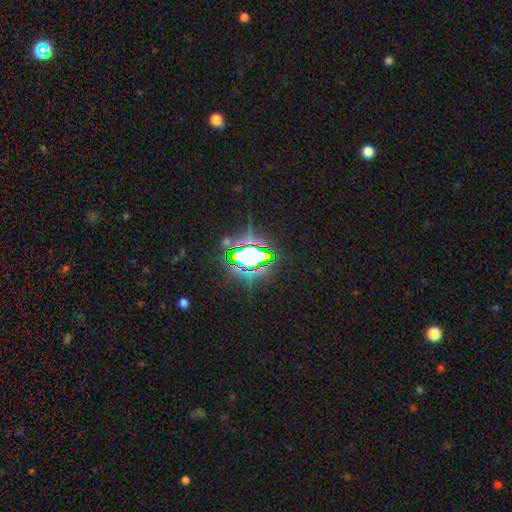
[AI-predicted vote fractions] Overall: star or artifact (73%).